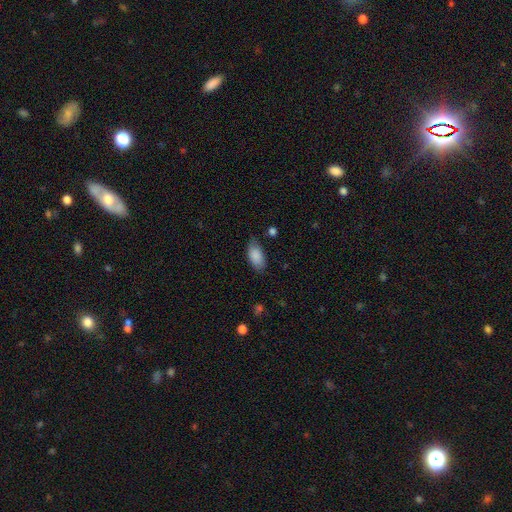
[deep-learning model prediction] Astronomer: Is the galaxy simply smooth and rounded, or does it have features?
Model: smooth — 87%.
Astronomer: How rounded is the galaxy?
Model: in between — 93%.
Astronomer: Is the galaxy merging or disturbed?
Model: none — 74%.